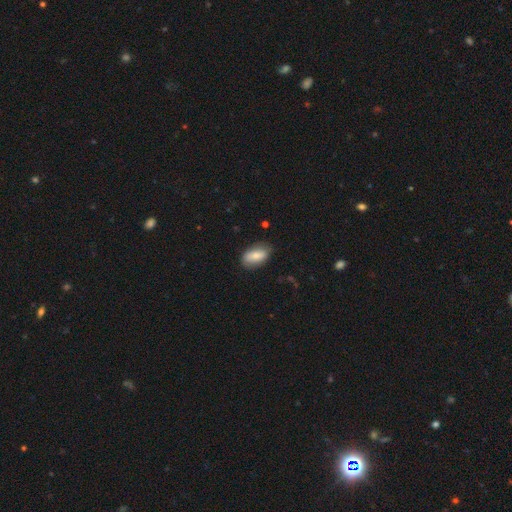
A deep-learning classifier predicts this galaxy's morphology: smooth_or_featured: smooth (p=0.73) [alt: featured or disk p=0.21]
how_rounded: in between (p=0.91) [alt: round p=0.05]
merging: none (p=0.79) [alt: minor disturbance p=0.16]